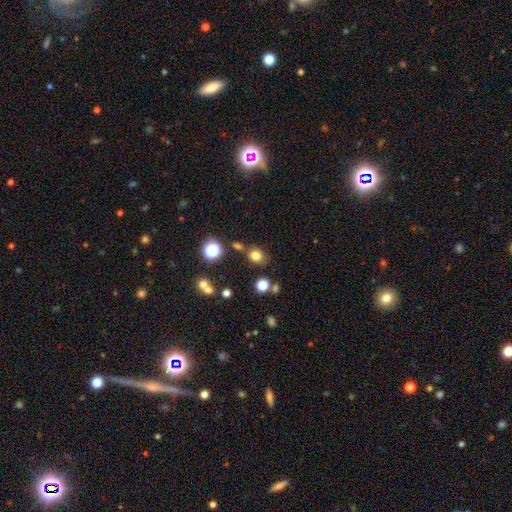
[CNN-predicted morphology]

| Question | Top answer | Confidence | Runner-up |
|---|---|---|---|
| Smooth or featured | smooth | 77% | star or artifact (16%) |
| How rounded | round | 65% | in between (34%) |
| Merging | none | 75% | minor disturbance (12%) |